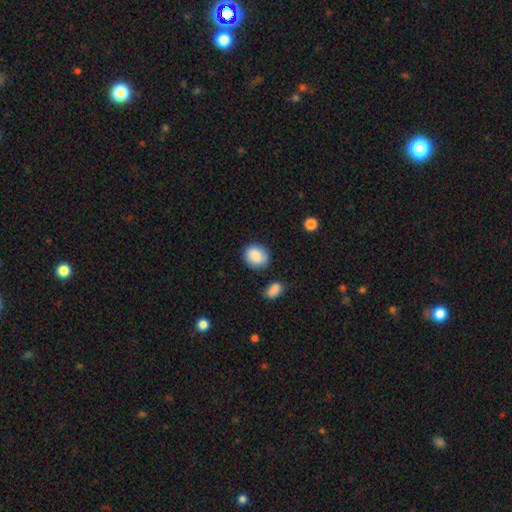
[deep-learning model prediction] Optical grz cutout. It shows a smooth galaxy with no disk features (85%) that is round (70%). Merging: none (80%).